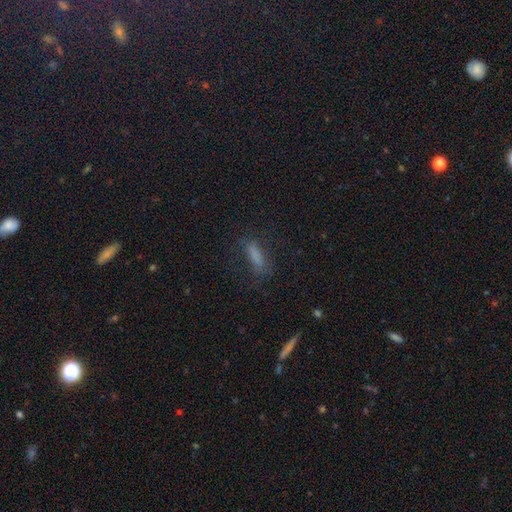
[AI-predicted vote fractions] Q: Smooth or featured?
A: smooth (69%); runner-up: featured or disk (17%)
Q: How rounded?
A: cigar-shaped (66%); runner-up: in between (31%)
Q: Merging?
A: none (66%); runner-up: minor disturbance (19%)